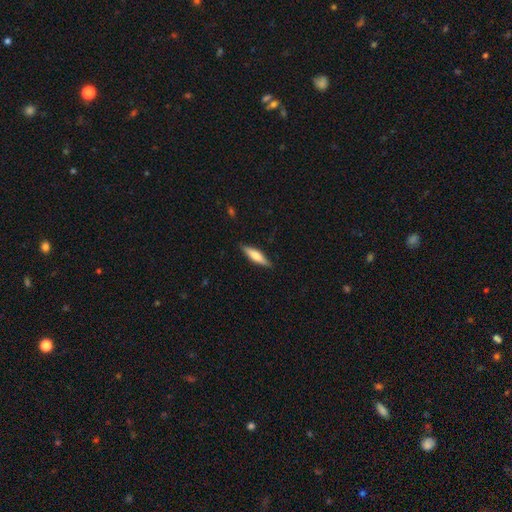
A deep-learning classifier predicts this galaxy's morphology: This appears to be a smooth galaxy with no disk features (57%) that is cigar-shaped (73%). Merging: none (88%).